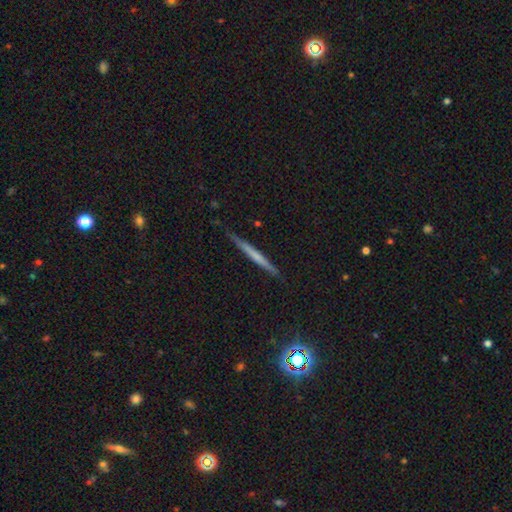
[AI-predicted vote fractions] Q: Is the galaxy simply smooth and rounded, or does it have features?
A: smooth — 46%, tied with featured or disk.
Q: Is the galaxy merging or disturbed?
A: none — 88%.